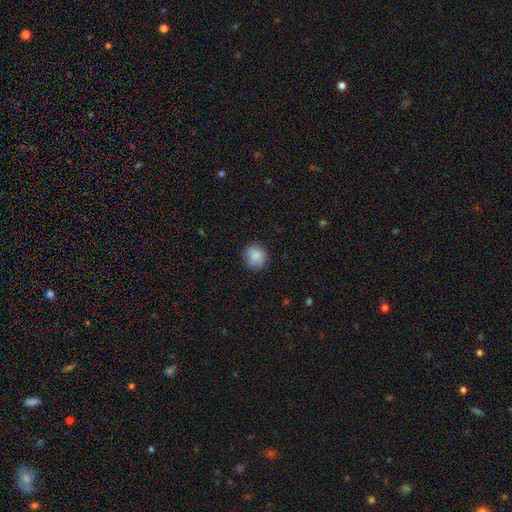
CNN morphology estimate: This appears to be a smooth galaxy with no disk features (87%) that is round (90%). Merging: none (84%).